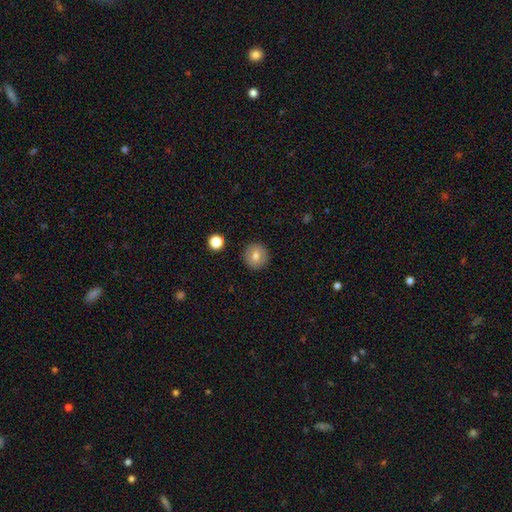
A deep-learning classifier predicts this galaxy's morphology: smooth 76%, featured or disk 15%, star or artifact 9%. Down the decision tree: how rounded — round (94%); merging — none (91%).